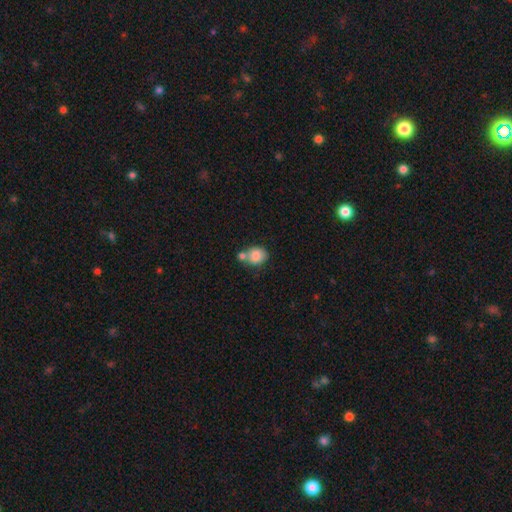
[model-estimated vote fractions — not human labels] Smooth or featured? smooth (82%)
How rounded? round (58%)
Merging? none (44%)